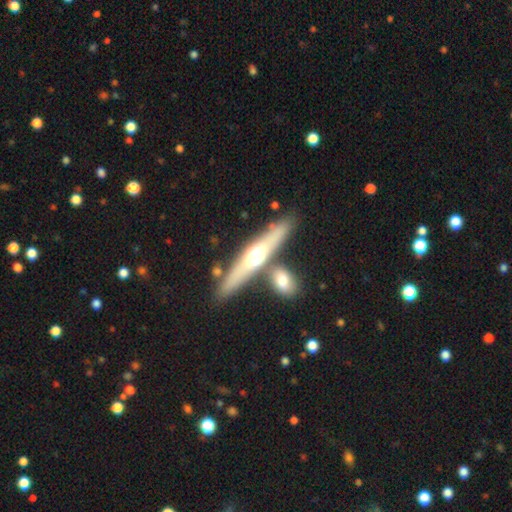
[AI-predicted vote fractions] A featured or disk galaxy (56%) viewed edge-on (87%).

Vote fractions:
- Smooth or featured? featured or disk: 56% / smooth: 38% / star or artifact: 6%
- Edge-on disk? yes: 87% / no: 13%
- Merging? none: 71% / merger: 16% / minor disturbance: 10% / major disturbance: 3%